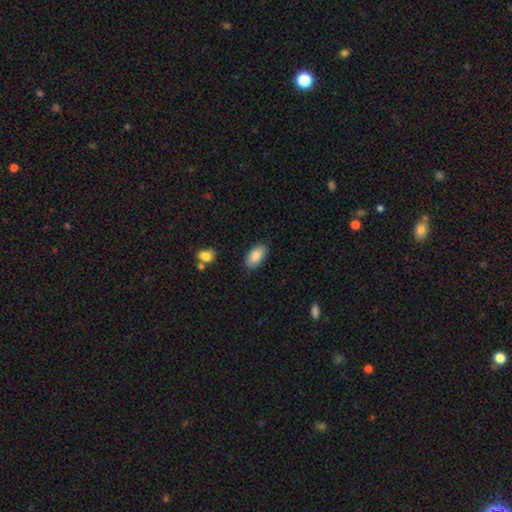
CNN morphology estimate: Overall: smooth (87%). How rounded: in between (94%). Merging: none (83%).